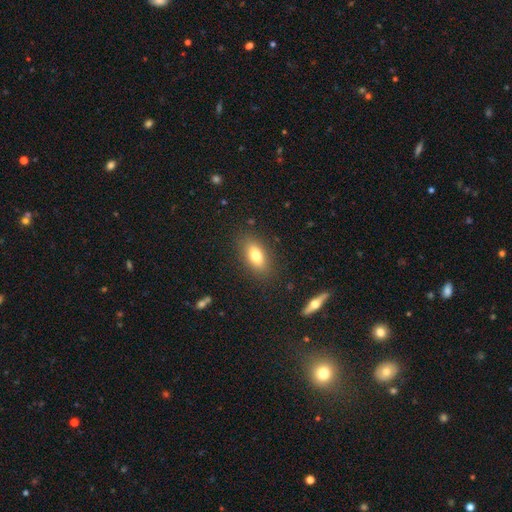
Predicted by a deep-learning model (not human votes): A smooth galaxy with no disk features (77%) that is in between round and cigar-shaped (84%).

Vote fractions:
- Smooth or featured? smooth: 77% / featured or disk: 14% / star or artifact: 9%
- How rounded? in between: 84% / cigar-shaped: 9% / round: 7%
- Merging? none: 85% / minor disturbance: 10% / major disturbance: 3% / merger: 1%